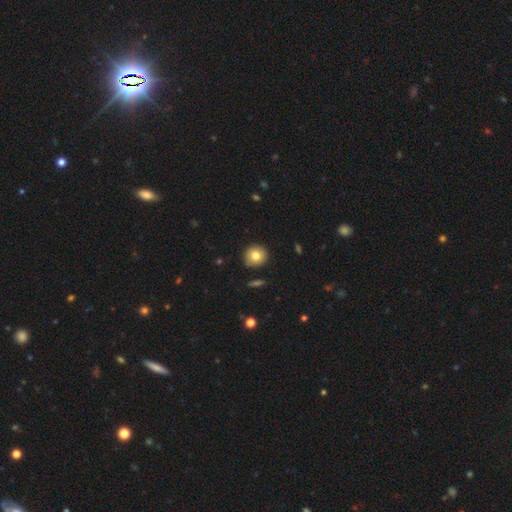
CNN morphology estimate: This appears to be a smooth galaxy with no disk features (79%) that is round (90%). Merging: none (90%).